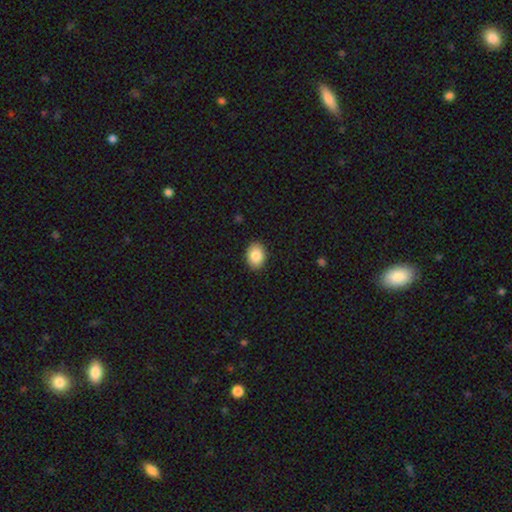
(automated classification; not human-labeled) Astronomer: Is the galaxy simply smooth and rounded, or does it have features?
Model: smooth — 87%.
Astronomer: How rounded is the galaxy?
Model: in between — 70%.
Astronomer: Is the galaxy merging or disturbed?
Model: none — 89%.